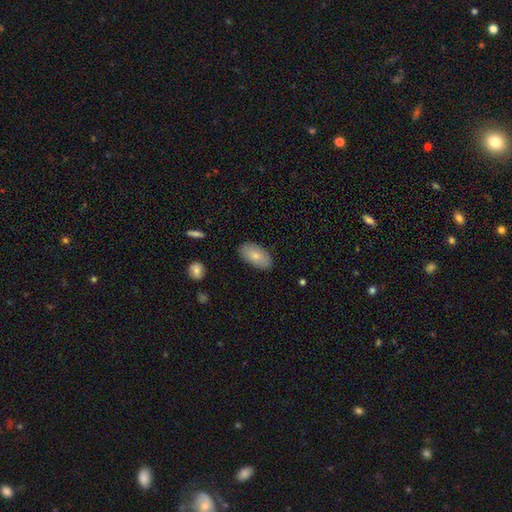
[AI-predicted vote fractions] Smooth or featured? Predicted: smooth (p=0.80). How rounded? Predicted: in between (p=0.94). Merging? Predicted: none (p=0.86).